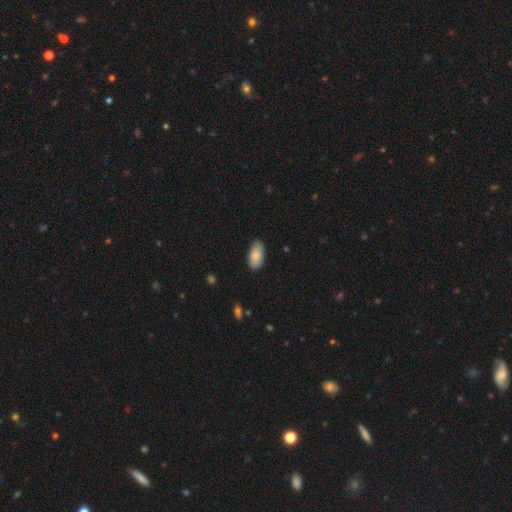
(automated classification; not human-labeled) Morphology: type=smooth (87%); roundness=in between (94%); merging=none (84%).